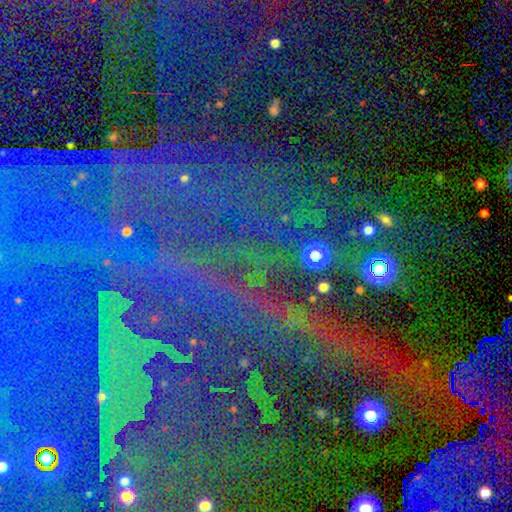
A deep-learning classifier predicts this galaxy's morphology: This appears to be a star or artifact, not a galaxy (85%).